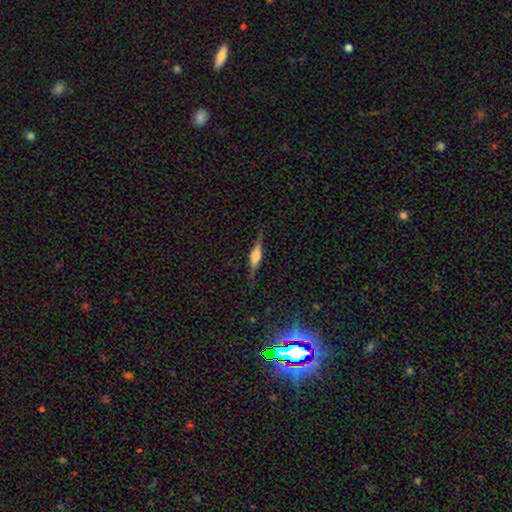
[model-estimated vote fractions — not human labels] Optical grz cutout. It shows a featured or disk galaxy (60%) viewed edge-on (95%) with a rounded central bulge (72%). Merging: none (81%).